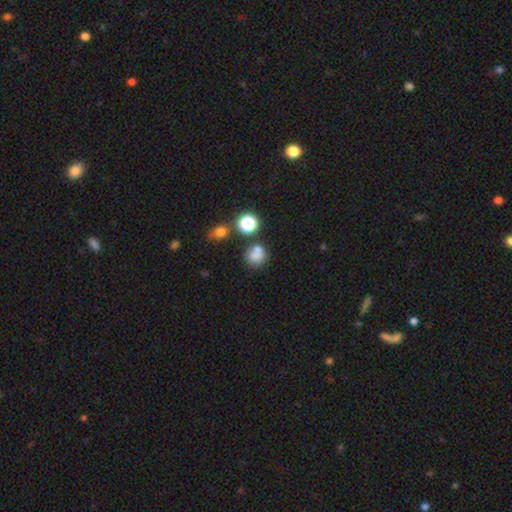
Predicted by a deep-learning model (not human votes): The model was most divided on "merging": none: 53%, merger: 26%, minor disturbance: 14%, major disturbance: 7%. More confident: how rounded — round (78%); smooth or featured — smooth (71%).